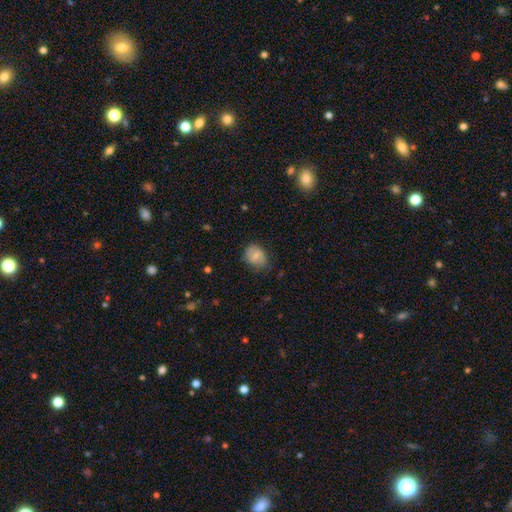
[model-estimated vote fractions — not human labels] Overall: smooth (70%). How rounded: in between (61%; round 38%). Merging: none (65%; minor disturbance 28%).